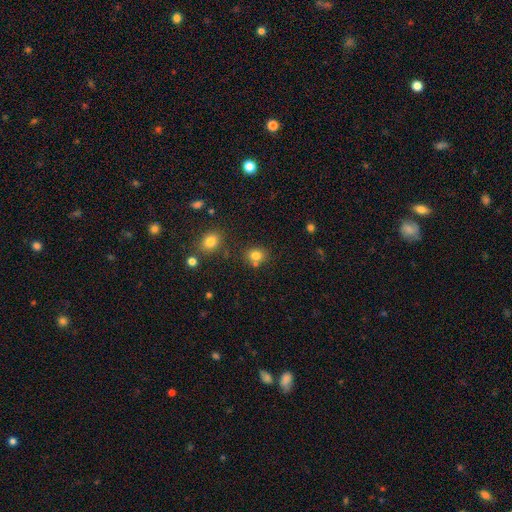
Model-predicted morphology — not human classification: type=smooth (80%); roundness=round (66%); merging=none (70%).